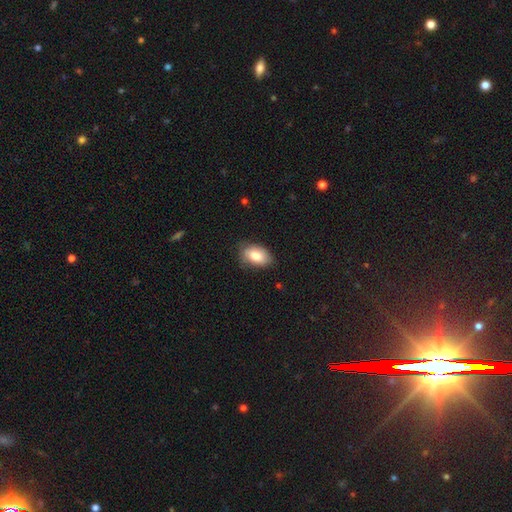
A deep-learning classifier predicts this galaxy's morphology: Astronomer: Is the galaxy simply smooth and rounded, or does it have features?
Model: smooth — 82%.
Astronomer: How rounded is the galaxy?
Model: in between — 90%.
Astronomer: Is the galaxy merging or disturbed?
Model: none — 72%.